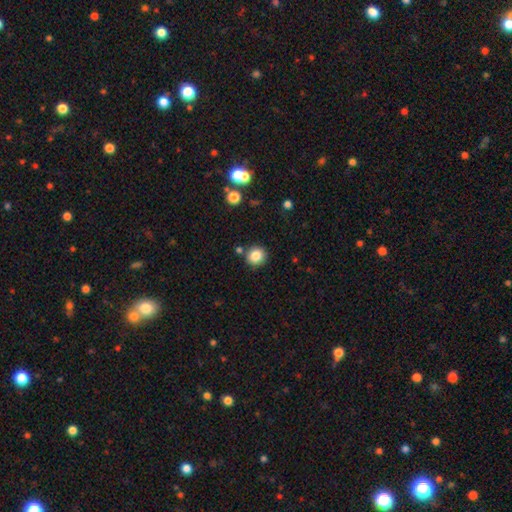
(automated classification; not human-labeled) smooth 84%, star or artifact 11%, featured or disk 6%. Down the decision tree: how rounded — round (90%); merging — none (85%).